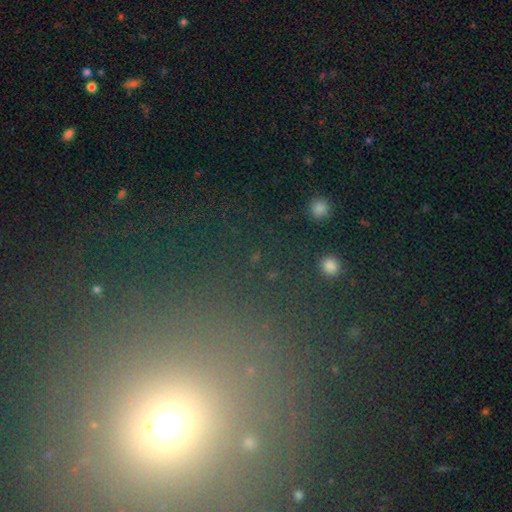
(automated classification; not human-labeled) Morphology: type=star or artifact (45%).